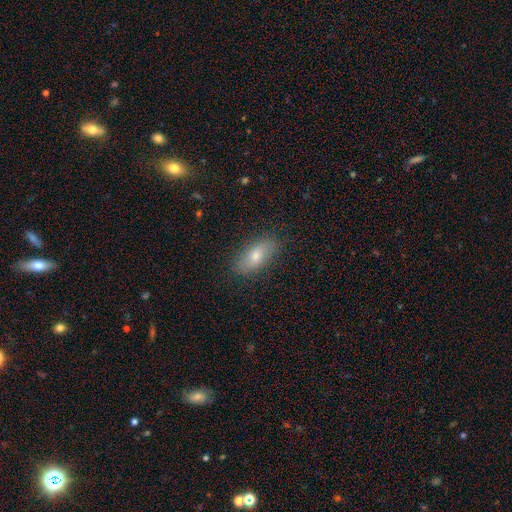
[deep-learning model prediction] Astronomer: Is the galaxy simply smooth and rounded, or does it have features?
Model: smooth — 69%.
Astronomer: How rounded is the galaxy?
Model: in between — 82%.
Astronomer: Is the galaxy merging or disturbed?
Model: none — 85%.